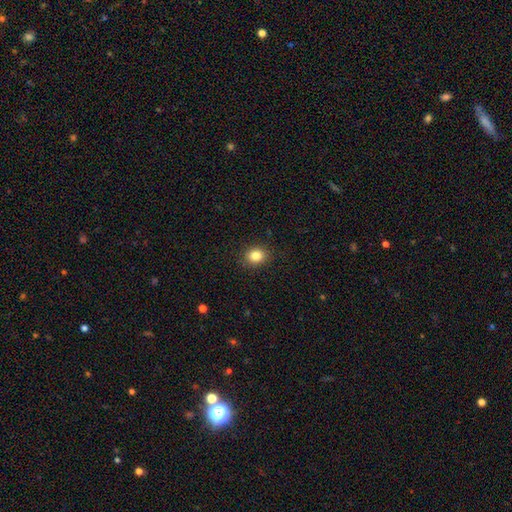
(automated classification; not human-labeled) smooth_or_featured: smooth (p=0.85) [alt: star or artifact p=0.10]
how_rounded: round (p=0.62) [alt: in between p=0.37]
merging: none (p=0.89) [alt: minor disturbance p=0.08]